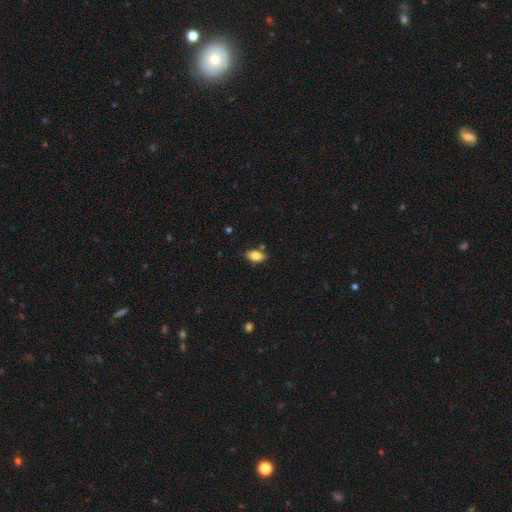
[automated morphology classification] This appears to be a smooth galaxy with no disk features (84%) that is in between round and cigar-shaped (90%). Merging: none (79%).